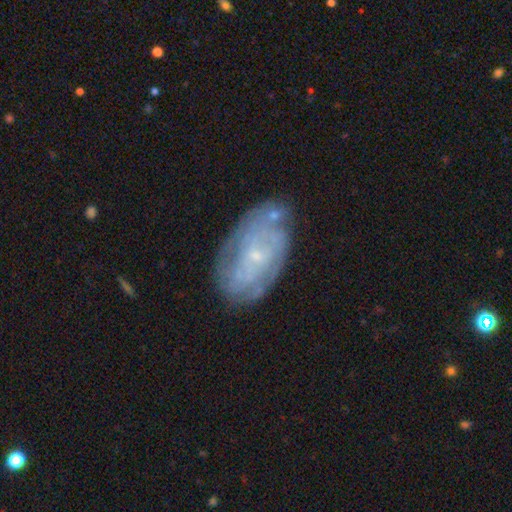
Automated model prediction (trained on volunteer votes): This is likely a featured or disk galaxy (70%). It is clearly not viewed edge-on (95%). Bar: likely no (69%). Spiral arm pattern: likely yes (77%). Spiral arm count: possibly can't tell (55%). Spiral winding: likely tight (64%). Central bulge: clearly small (81%). Merging: likely none (67%).